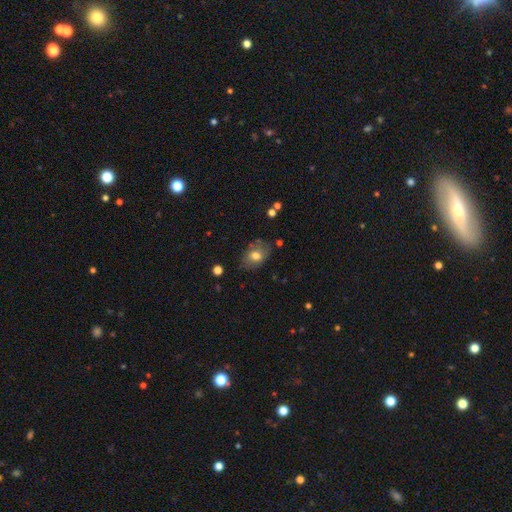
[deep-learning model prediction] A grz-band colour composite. It shows a smooth galaxy with no disk features (71%) that is in between round and cigar-shaped (75%). Merging: none (71%).